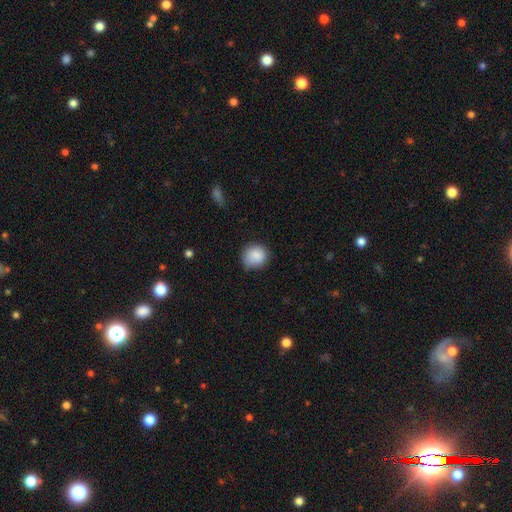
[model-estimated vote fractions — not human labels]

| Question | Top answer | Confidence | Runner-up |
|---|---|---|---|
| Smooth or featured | smooth | 87% | star or artifact (8%) |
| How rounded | round | 85% | in between (14%) |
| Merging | none | 73% | minor disturbance (22%) |